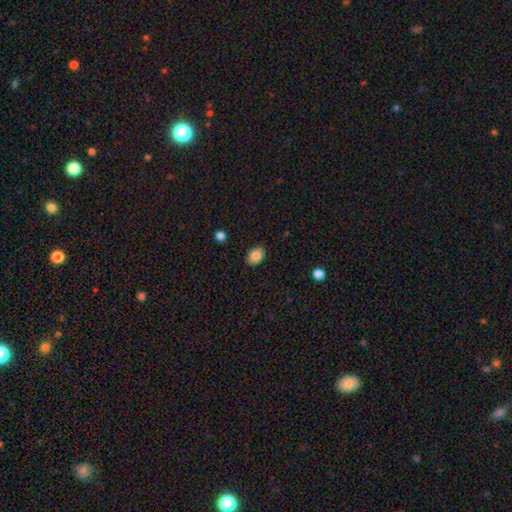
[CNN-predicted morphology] type=smooth (84%); roundness=in between (81%); merging=none (88%).